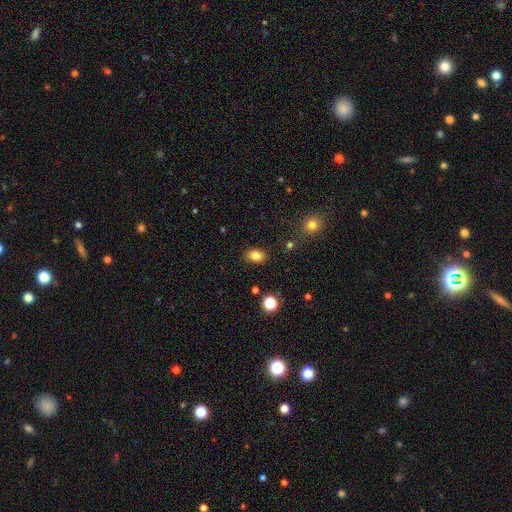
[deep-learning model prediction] This appears to be a smooth galaxy with no disk features (82%) that is in between round and cigar-shaped (78%). Merging: none (87%).